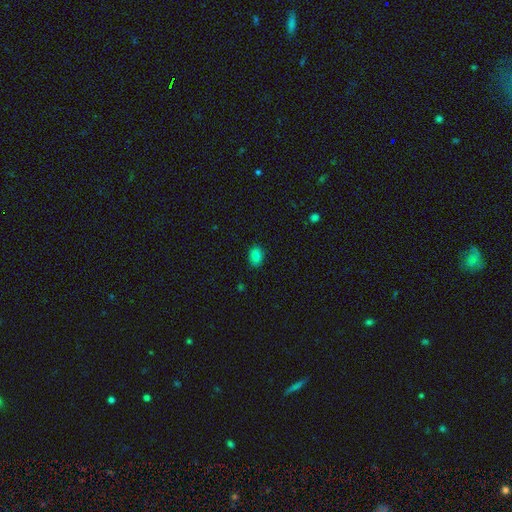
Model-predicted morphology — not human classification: Smooth or featured? smooth (83%)
How rounded? in between (77%)
Merging? none (88%)